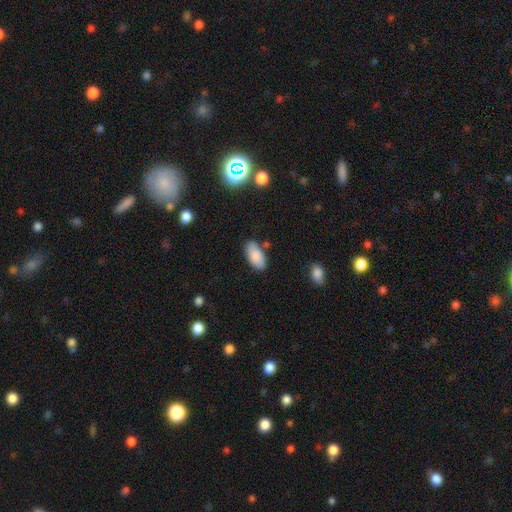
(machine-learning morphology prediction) Overall: smooth (85%). How rounded: in between (94%). Merging: none (77%).